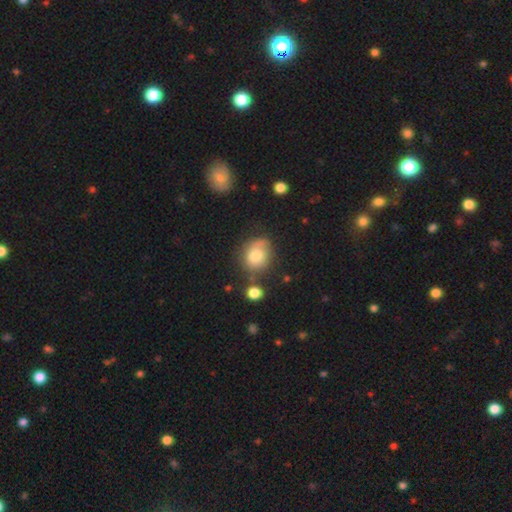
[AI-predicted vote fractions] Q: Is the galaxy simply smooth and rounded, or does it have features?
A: smooth — 74%.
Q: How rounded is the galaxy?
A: round — 58%.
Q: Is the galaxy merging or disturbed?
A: none — 55%.